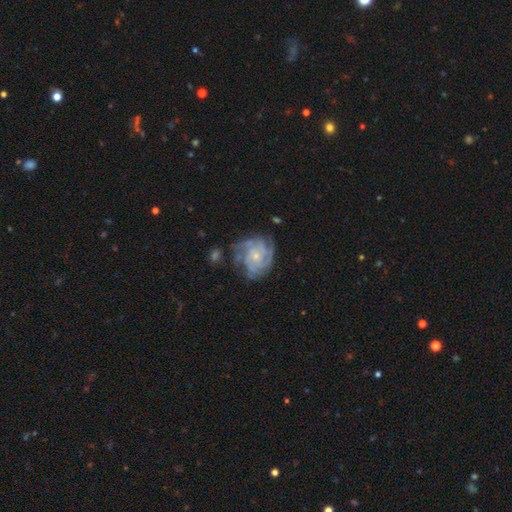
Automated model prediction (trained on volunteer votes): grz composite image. It shows a featured or disk galaxy (85%) with no bar (76%), 4 (28%) tight (65%) spiral arms (96%) and a small central bulge (74%). Merging: none (66%).